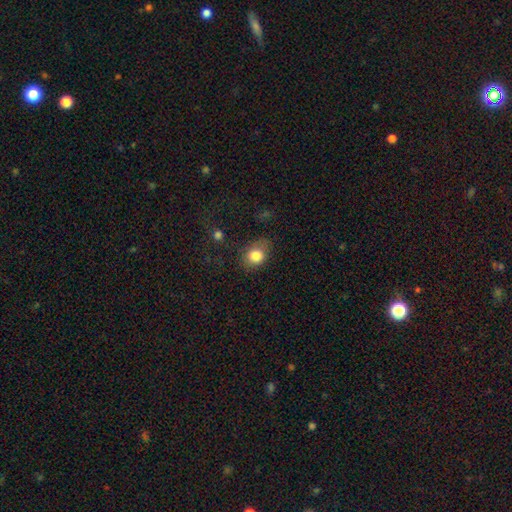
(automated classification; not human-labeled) This is clearly a smooth galaxy (82%). How rounded: possibly in between (51%). Merging: likely none (67%).